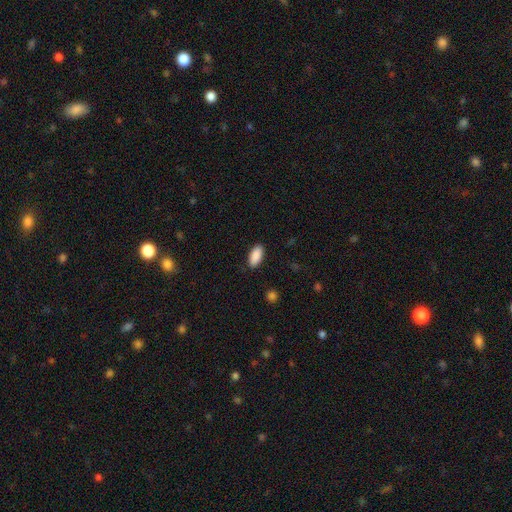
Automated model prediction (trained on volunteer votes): smooth_or_featured: smooth (p=0.90) [alt: star or artifact p=0.06]
how_rounded: in between (p=0.90) [alt: cigar-shaped p=0.08]
merging: none (p=0.88) [alt: minor disturbance p=0.09]